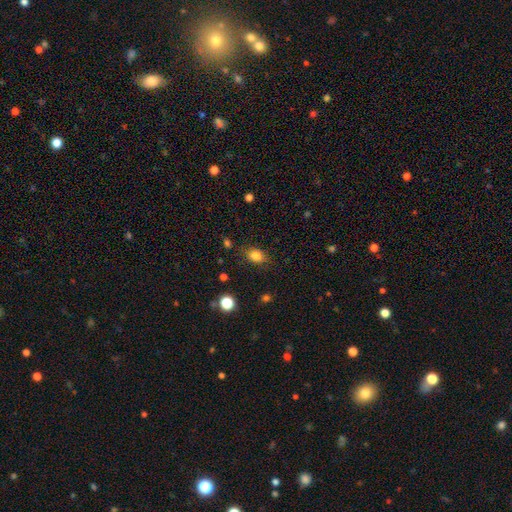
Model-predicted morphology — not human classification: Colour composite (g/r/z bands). It shows a smooth galaxy with no disk features (82%) that is in between round and cigar-shaped (70%). Merging: none (81%).